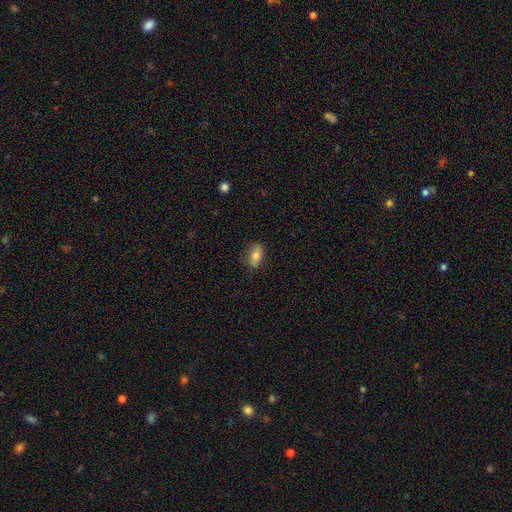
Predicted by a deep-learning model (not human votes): A smooth galaxy with no disk features (78%) that is in between round and cigar-shaped (87%). Merging: none (82%).